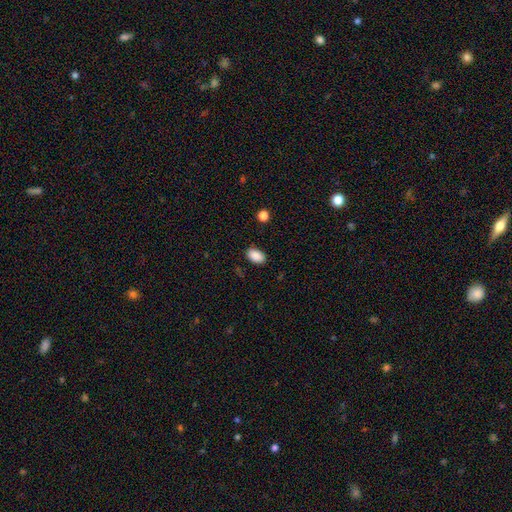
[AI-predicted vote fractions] This is clearly a smooth galaxy (89%). How rounded: clearly in between (90%). Merging: clearly none (87%).